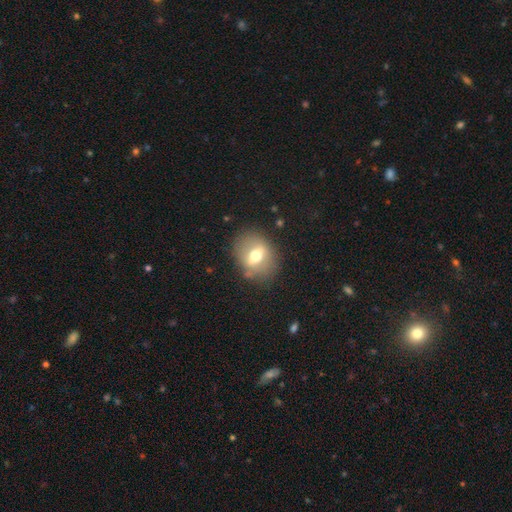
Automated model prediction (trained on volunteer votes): Smooth or featured? Predicted: smooth (p=0.51). How rounded? Predicted: round (p=0.50). Merging? Predicted: none (p=0.78).